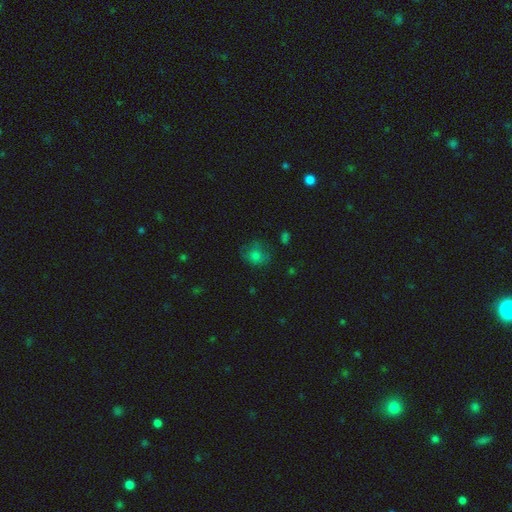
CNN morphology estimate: A smooth galaxy with no disk features (69%) that is round (68%).

Vote fractions:
- Smooth or featured? smooth: 69% / featured or disk: 16% / star or artifact: 15%
- How rounded? round: 68% / in between: 31% / cigar-shaped: 1%
- Merging? none: 59% / minor disturbance: 25% / major disturbance: 13% / merger: 2%